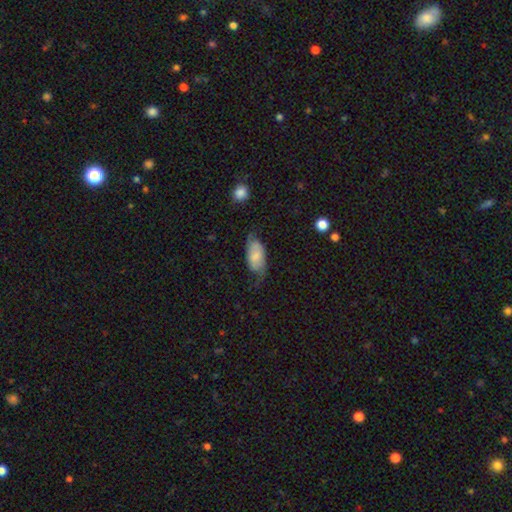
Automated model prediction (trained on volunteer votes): The model was most divided on "merging": none: 49%, minor disturbance: 31%, major disturbance: 17%, merger: 2%. More confident: how rounded — in between (92%); smooth or featured — smooth (60%).